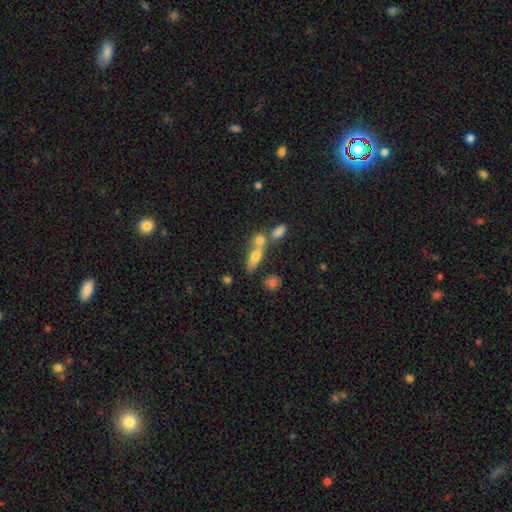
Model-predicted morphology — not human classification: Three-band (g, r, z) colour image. It shows a smooth galaxy with no disk features (64%) that is in between round and cigar-shaped (55%). Merging: merger (50%).